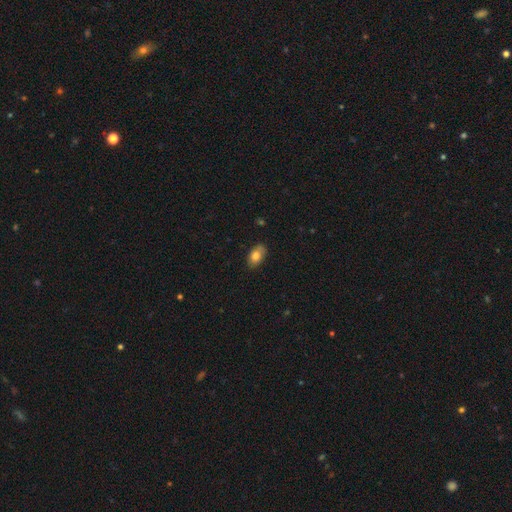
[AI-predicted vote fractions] This appears to be a smooth galaxy with no disk features (81%) that is in between round and cigar-shaped (90%). Merging: none (80%).